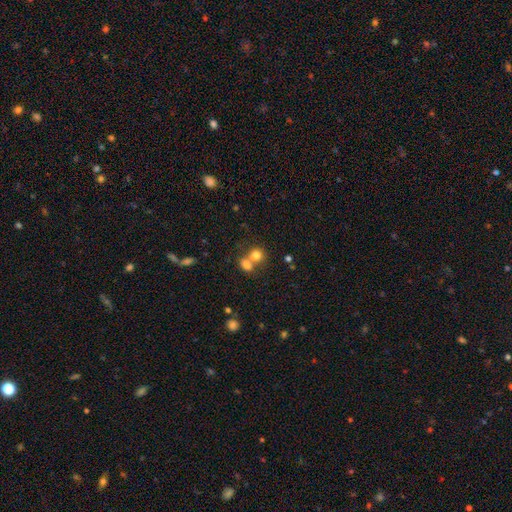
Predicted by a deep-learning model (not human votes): Overall: smooth (76%). How rounded: round (70%). Merging: merger (56%; none 34%).